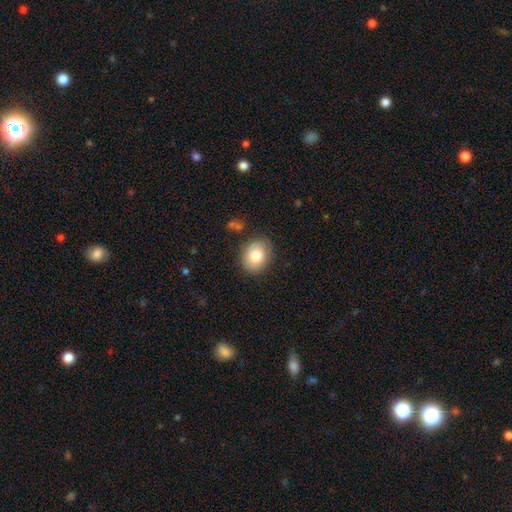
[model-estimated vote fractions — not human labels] Smooth or featured? smooth (82%)
How rounded? round (50%)
Merging? none (81%)